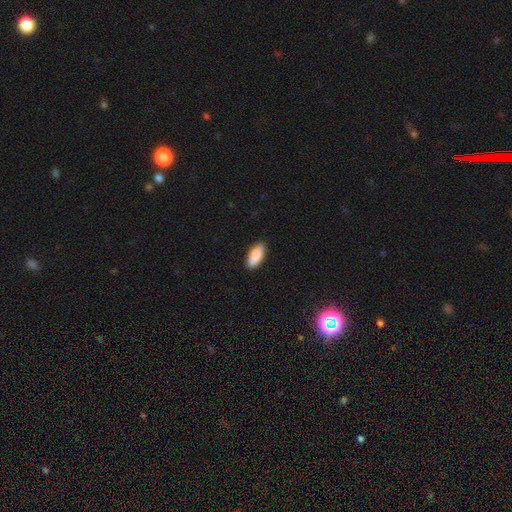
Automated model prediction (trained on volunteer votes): Smooth or featured?
  - smooth: 88% *
  - featured or disk: 6%
  - star or artifact: 6%
How rounded?
  - in between: 84% *
  - cigar-shaped: 14%
  - round: 2%
Merging?
  - none: 89% *
  - minor disturbance: 8%
  - major disturbance: 2%
  - merger: 1%